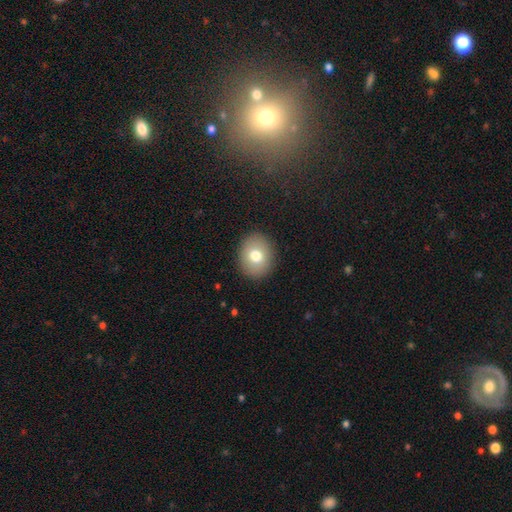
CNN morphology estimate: Smooth or featured?
  - smooth: 75% *
  - featured or disk: 16%
  - star or artifact: 9%
How rounded?
  - round: 61% *
  - in between: 38%
  - cigar-shaped: 1%
Merging?
  - none: 90% *
  - minor disturbance: 7%
  - major disturbance: 2%
  - merger: 1%